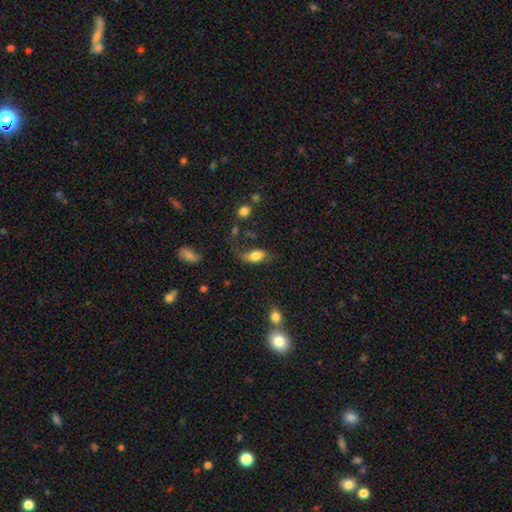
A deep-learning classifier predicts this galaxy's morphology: A smooth galaxy with no disk features (78%) that is in between round and cigar-shaped (89%). Merging: none (51%).